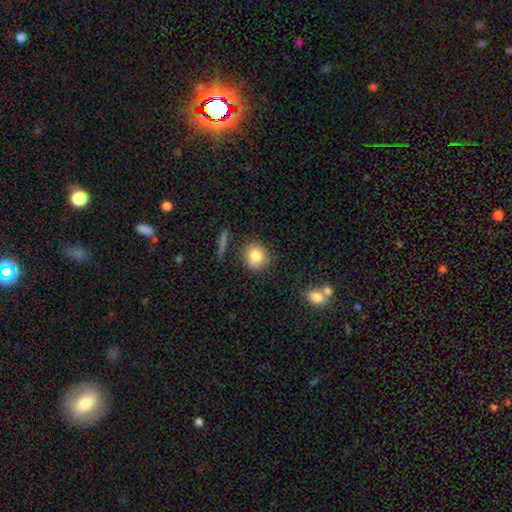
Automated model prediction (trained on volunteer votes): Morphology: type=smooth (82%); roundness=round (80%); merging=none (81%).